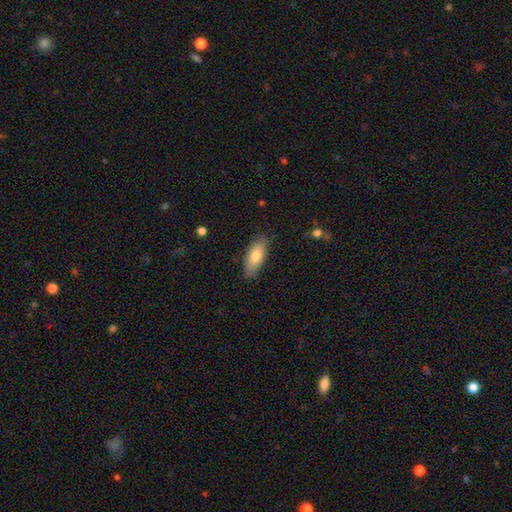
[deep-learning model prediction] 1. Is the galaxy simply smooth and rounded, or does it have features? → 77% smooth, 17% featured or disk, 6% star or artifact.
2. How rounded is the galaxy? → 75% in between, 23% cigar-shaped, 2% round.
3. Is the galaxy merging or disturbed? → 84% none, 12% minor disturbance, 2% major disturbance, 1% merger.